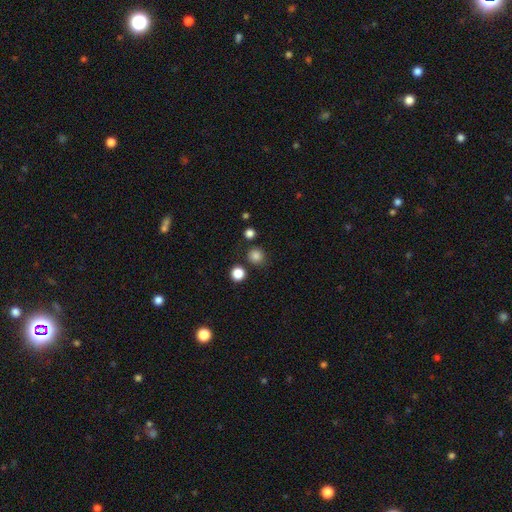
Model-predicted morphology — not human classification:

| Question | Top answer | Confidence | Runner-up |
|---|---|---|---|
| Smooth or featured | smooth | 83% | star or artifact (13%) |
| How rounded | round | 92% | in between (7%) |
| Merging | none | 83% | minor disturbance (8%) |